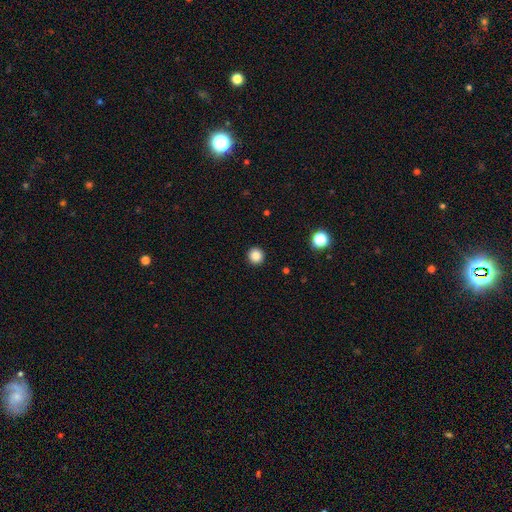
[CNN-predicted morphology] A smooth galaxy with no disk features (86%) that is round (96%).

Vote fractions:
- Smooth or featured? smooth: 86% / star or artifact: 11% / featured or disk: 3%
- How rounded? round: 96% / in between: 4% / cigar-shaped: 1%
- Merging? none: 93% / minor disturbance: 4% / major disturbance: 2% / merger: 1%